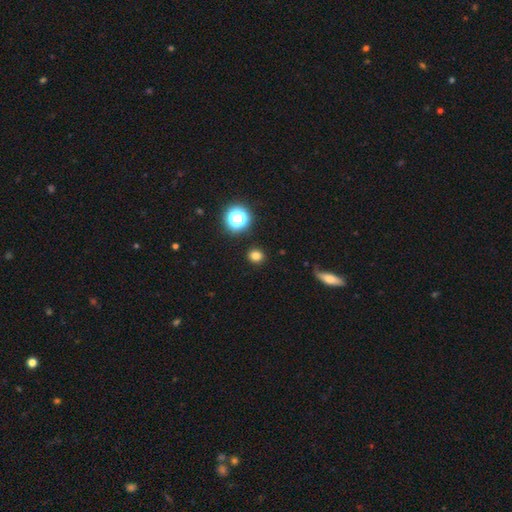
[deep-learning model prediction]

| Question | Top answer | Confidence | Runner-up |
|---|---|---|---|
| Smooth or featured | smooth | 79% | star or artifact (16%) |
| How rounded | round | 83% | in between (16%) |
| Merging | none | 91% | minor disturbance (6%) |